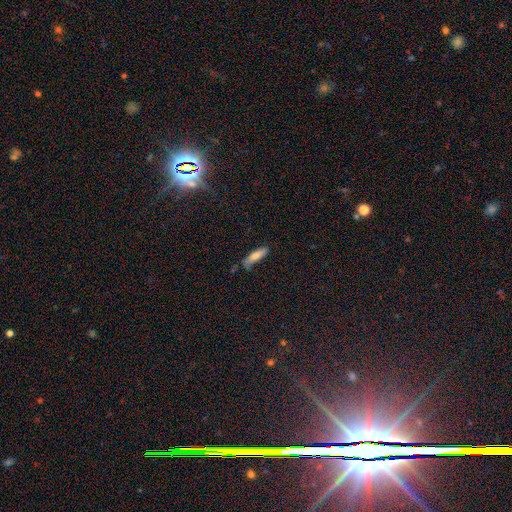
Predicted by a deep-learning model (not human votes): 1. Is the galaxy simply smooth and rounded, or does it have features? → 77% smooth, 17% featured or disk, 7% star or artifact.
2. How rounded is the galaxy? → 70% cigar-shaped, 28% in between, 2% round.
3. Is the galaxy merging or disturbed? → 64% none, 26% minor disturbance, 6% major disturbance, 4% merger.